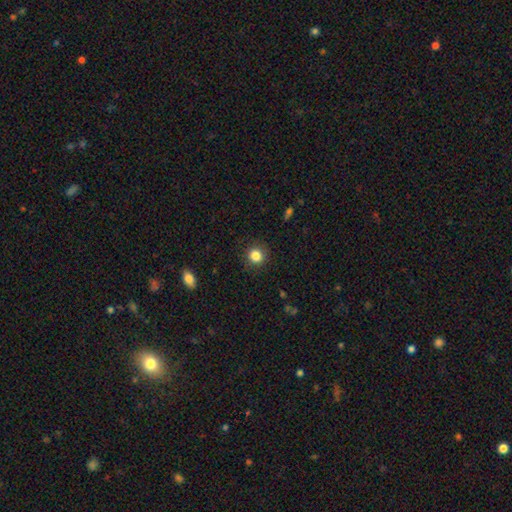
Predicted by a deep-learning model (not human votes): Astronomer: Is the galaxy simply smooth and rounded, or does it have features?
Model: smooth — 84%.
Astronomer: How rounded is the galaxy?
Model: round — 88%.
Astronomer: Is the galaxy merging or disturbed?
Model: none — 89%.